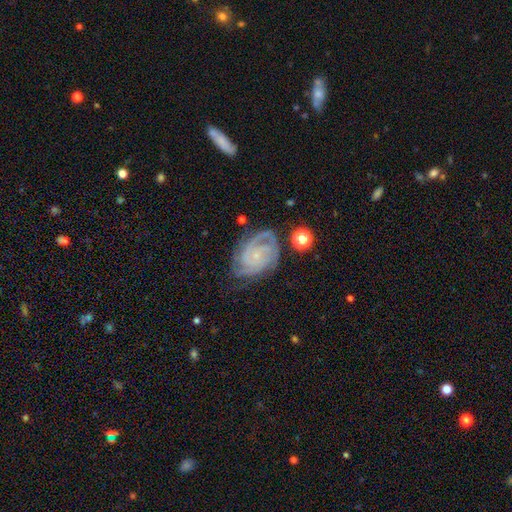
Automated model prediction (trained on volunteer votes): This is clearly a featured or disk galaxy (88%). It is clearly not viewed edge-on (98%). Bar: likely no (70%). Spiral arm pattern: clearly yes (98%). Spiral arm count: marginally 2 (32%). Spiral winding: likely tight (71%). Central bulge: clearly small (81%). Merging: likely none (68%).